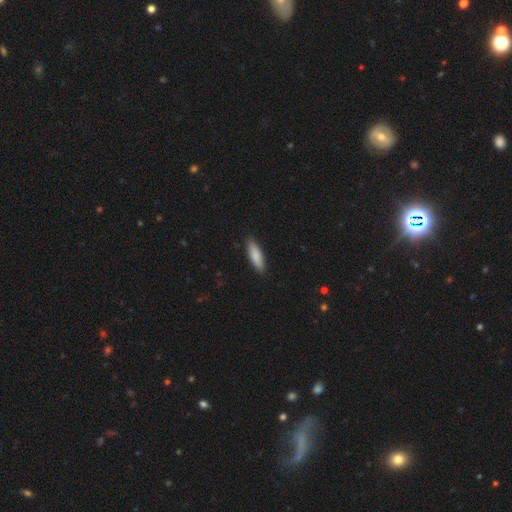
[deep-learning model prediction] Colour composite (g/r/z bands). It shows a smooth galaxy with no disk features (87%) that is cigar-shaped (52%). Merging: none (89%).